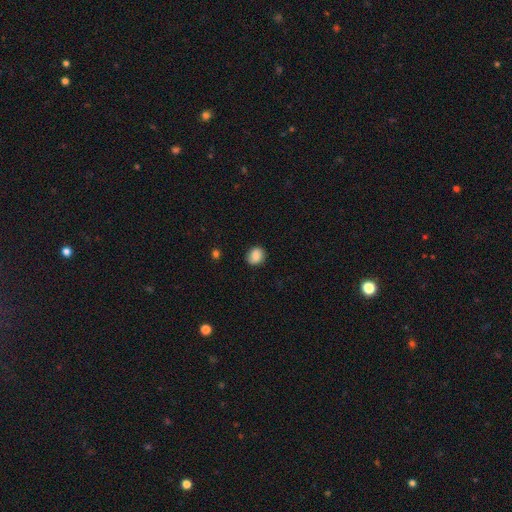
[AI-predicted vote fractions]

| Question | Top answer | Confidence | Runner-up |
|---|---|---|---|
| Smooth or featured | smooth | 85% | star or artifact (9%) |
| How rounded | round | 71% | in between (28%) |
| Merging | none | 85% | minor disturbance (11%) |